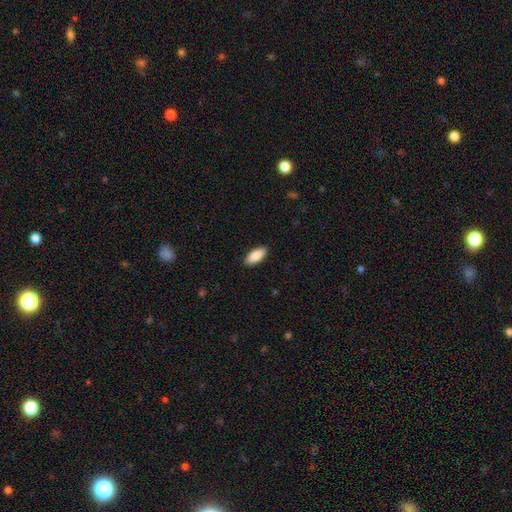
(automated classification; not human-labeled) Morphology: type=smooth (87%); roundness=in between (84%); merging=none (90%).